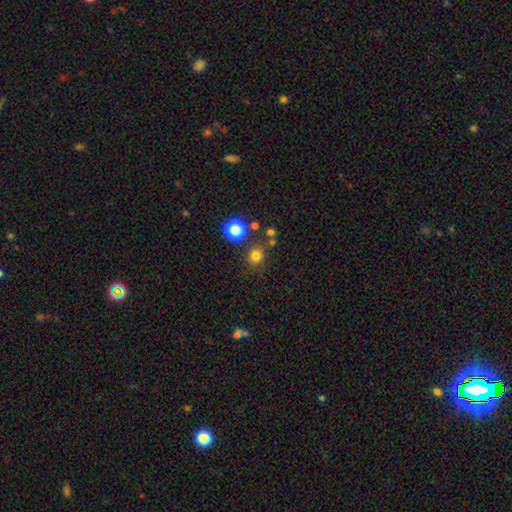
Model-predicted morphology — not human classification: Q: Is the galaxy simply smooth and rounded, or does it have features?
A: smooth — 77%.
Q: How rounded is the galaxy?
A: round — 85%.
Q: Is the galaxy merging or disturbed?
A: none — 80%.